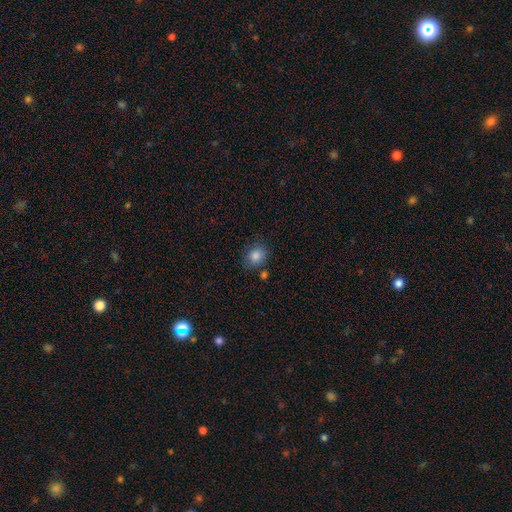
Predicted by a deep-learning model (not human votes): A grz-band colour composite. It shows a smooth galaxy with no disk features (84%) that is round (63%). Merging: none (75%).